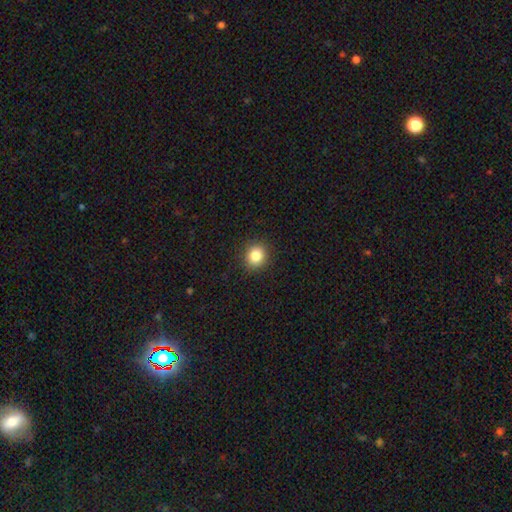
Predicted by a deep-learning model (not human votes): Morphology: type=smooth (84%); roundness=round (84%); merging=none (90%).